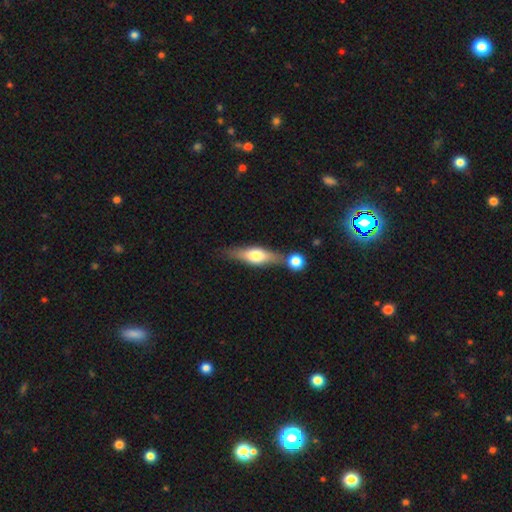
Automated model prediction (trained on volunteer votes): smooth 47%, featured or disk 46%, star or artifact 6%. Down the decision tree: merging — none (59%).